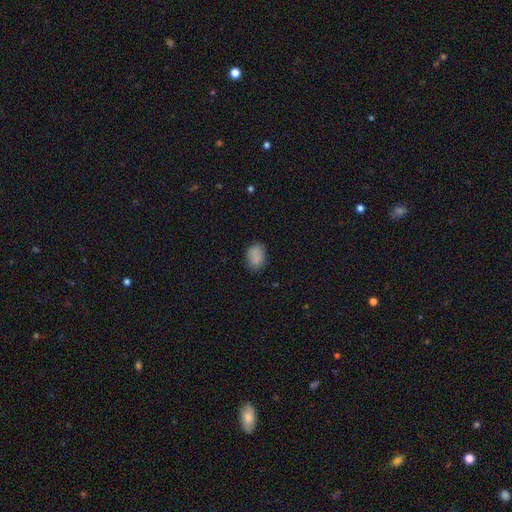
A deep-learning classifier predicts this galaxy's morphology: A smooth galaxy with no disk features (84%) that is in between round and cigar-shaped (70%). Merging: none (76%).